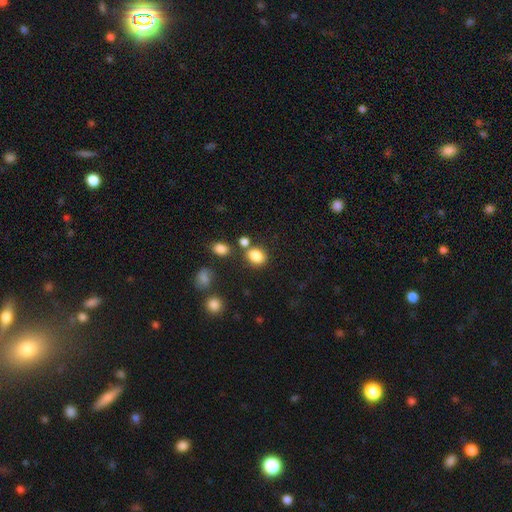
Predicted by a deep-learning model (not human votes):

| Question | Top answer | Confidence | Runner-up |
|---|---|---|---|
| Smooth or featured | smooth | 84% | star or artifact (11%) |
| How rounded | in between | 52% | round (47%) |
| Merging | none | 69% | merger (15%) |